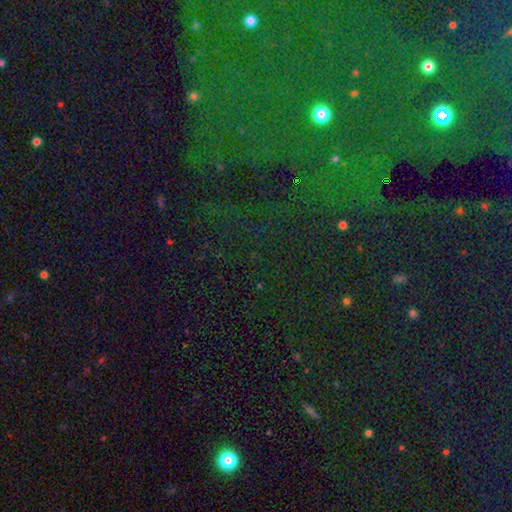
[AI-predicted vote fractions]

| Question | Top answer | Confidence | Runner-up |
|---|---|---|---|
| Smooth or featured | star or artifact | 79% | smooth (12%) |